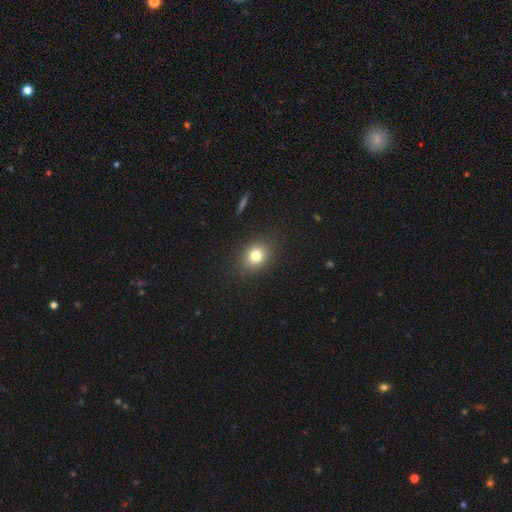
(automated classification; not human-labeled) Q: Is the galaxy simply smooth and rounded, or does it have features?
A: smooth — 78%.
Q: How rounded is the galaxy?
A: round — 61%.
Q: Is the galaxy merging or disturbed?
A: none — 87%.